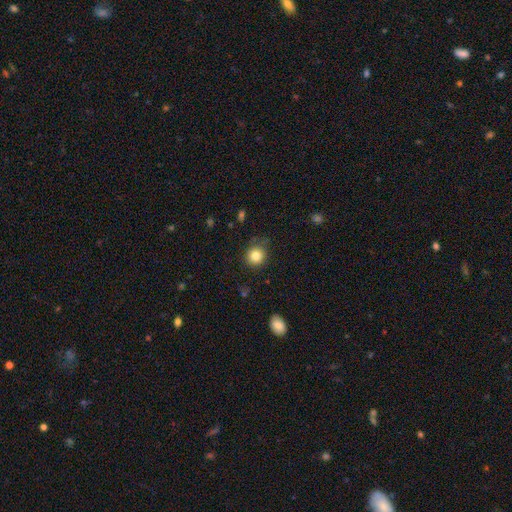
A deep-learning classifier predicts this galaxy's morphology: The model was most divided on "merging": none: 79%, minor disturbance: 15%, major disturbance: 4%, merger: 2%. More confident: how rounded — round (88%); smooth or featured — smooth (83%).